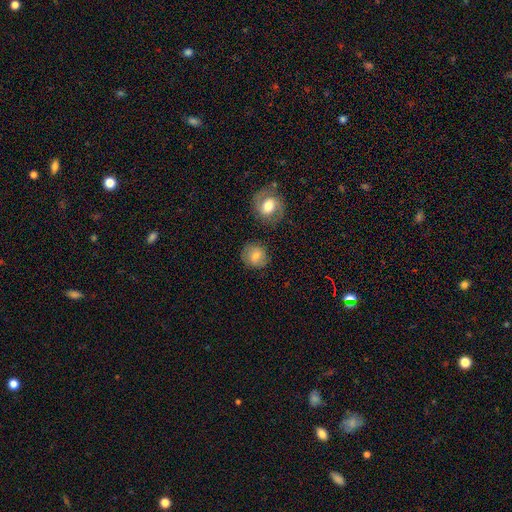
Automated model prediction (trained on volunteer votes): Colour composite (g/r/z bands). It shows a smooth galaxy with no disk features (68%) that is round (79%). Merging: none (78%).